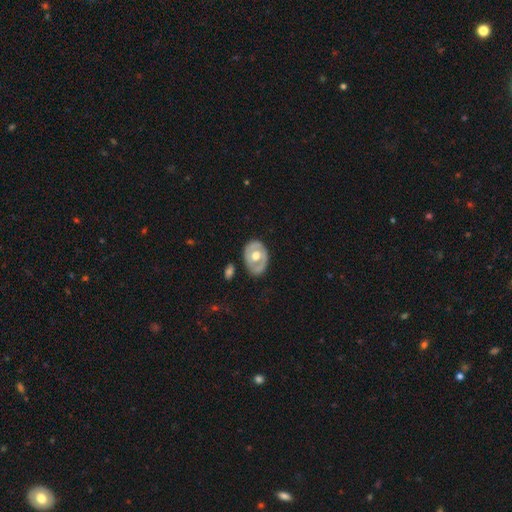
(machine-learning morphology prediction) Q: Smooth or featured?
A: featured or disk (58%); runner-up: smooth (37%)
Q: Edge-on disk?
A: no (93%); runner-up: yes (7%)
Q: Bar?
A: no (81%); runner-up: weak (15%)
Q: Spiral arms?
A: no (77%); runner-up: yes (23%)
Q: Bulge size?
A: moderate (68%); runner-up: large (26%)
Q: Merging?
A: none (75%); runner-up: minor disturbance (17%)